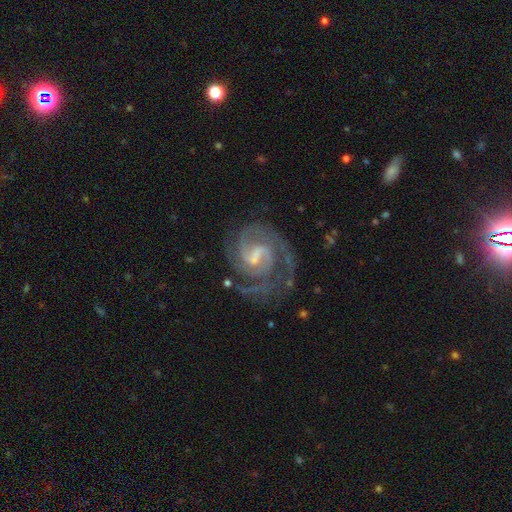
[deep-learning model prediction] Overall: featured or disk (91%). Edge-on disk: no (98%). Bar: weak (59%; strong 26%). Spiral arms: yes (98%). Spiral arm count: 2 (56%; 3 21%). Spiral winding: tight (47%; medium 46%). Bulge size: small (42%; moderate 29%). Merging: none (69%).